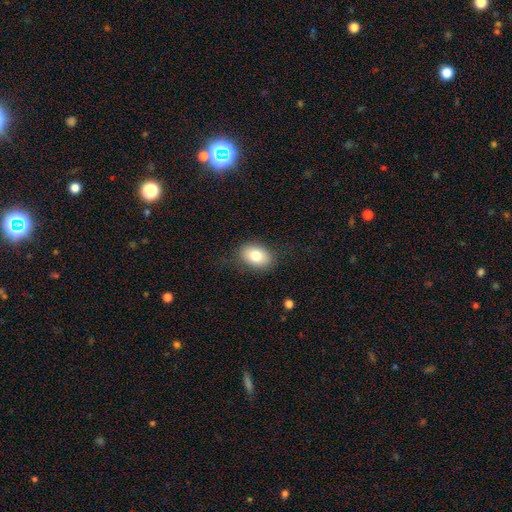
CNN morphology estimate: Smooth or featured? smooth (79%)
How rounded? in between (79%)
Merging? none (81%)